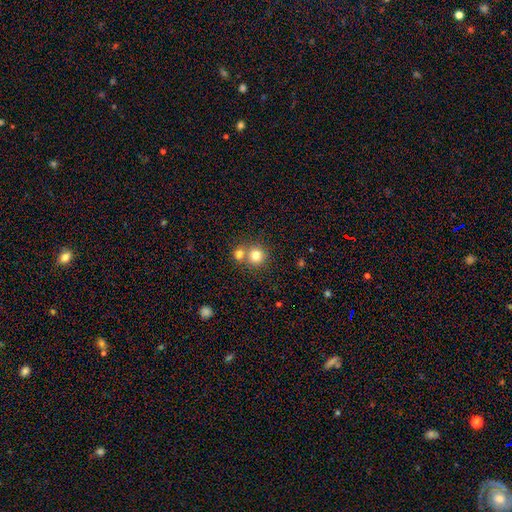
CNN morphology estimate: A smooth galaxy with no disk features (78%) that is round (90%).

Vote fractions:
- Smooth or featured? smooth: 78% / star or artifact: 12% / featured or disk: 10%
- How rounded? round: 90% / in between: 10% / cigar-shaped: 1%
- Merging? none: 53% / merger: 38% / minor disturbance: 6% / major disturbance: 2%